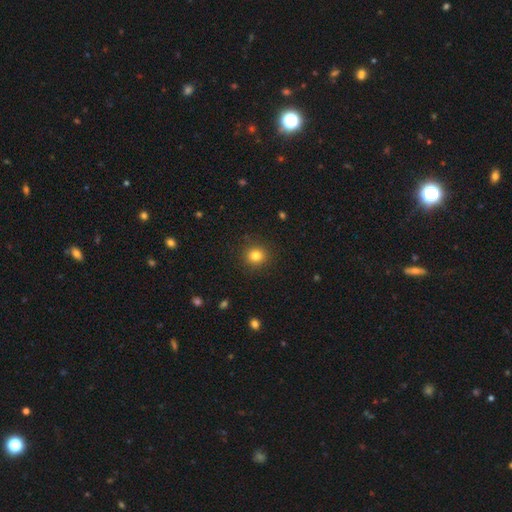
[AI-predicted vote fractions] Overall: smooth (82%). How rounded: round (88%). Merging: none (90%).